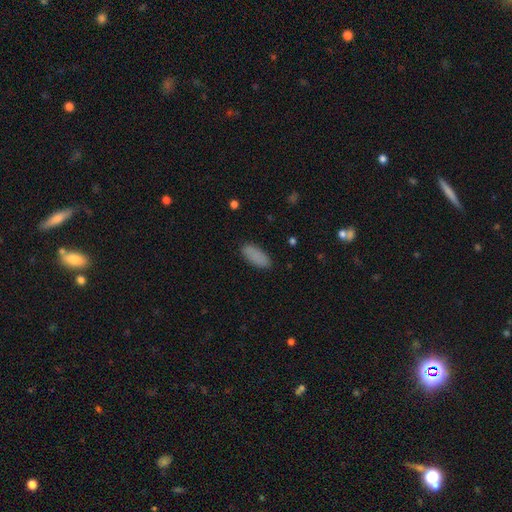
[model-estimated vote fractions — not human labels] smooth_or_featured: smooth (p=0.87) [alt: star or artifact p=0.07]
how_rounded: in between (p=0.79) [alt: cigar-shaped p=0.19]
merging: none (p=0.86) [alt: minor disturbance p=0.10]